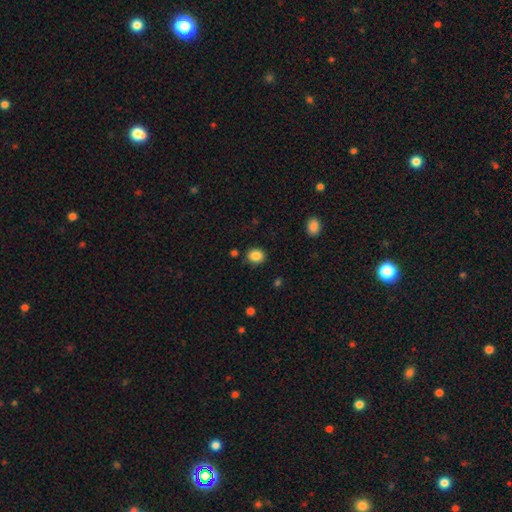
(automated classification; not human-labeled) Smooth or featured? Predicted: smooth (p=0.86). How rounded? Predicted: round (p=0.62). Merging? Predicted: none (p=0.85).